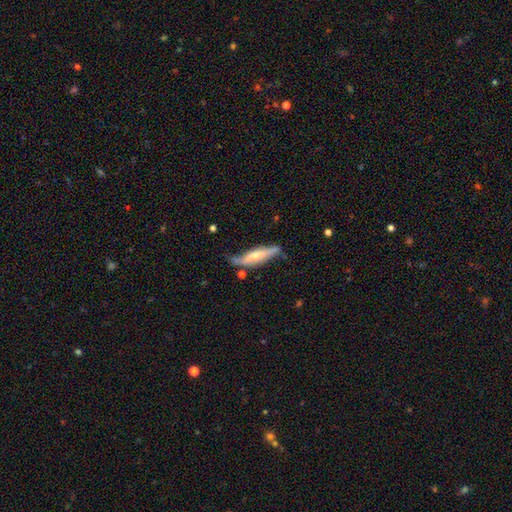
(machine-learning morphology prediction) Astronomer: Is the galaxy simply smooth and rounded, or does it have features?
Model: featured or disk — 59% (runner-up: smooth, 35%).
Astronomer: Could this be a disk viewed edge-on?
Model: yes — 74%.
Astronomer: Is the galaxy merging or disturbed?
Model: none — 58%.